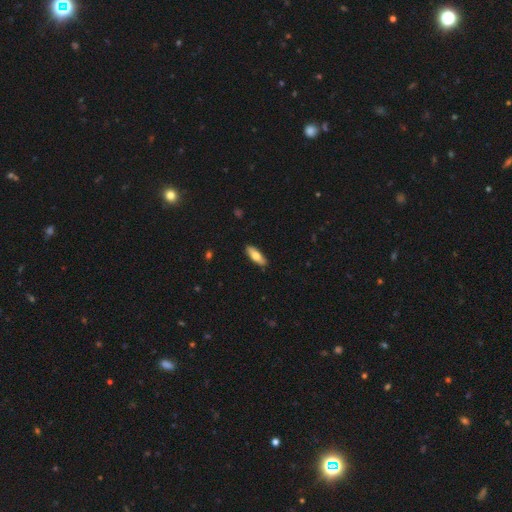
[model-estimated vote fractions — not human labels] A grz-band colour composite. It shows a smooth galaxy with no disk features (71%) that is in between round and cigar-shaped (59%). Merging: none (88%).